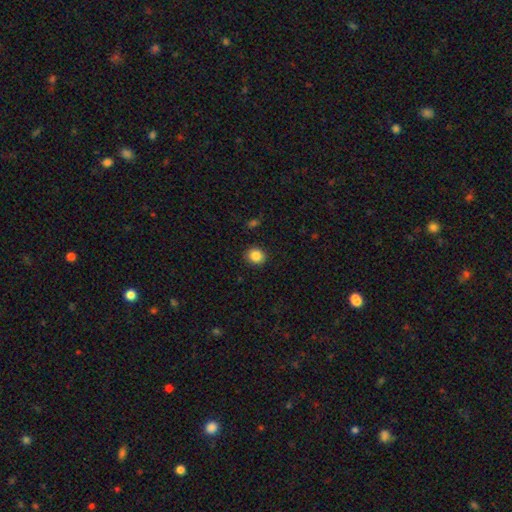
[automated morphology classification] smooth 86%, star or artifact 10%, featured or disk 5%. Down the decision tree: how rounded — round (80%); merging — none (91%).